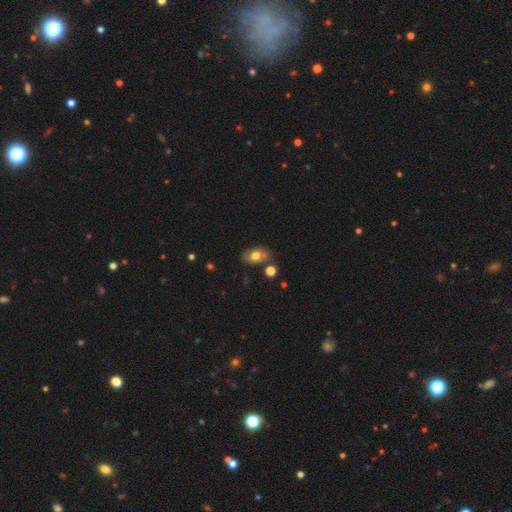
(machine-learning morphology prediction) smooth 68%, featured or disk 23%, star or artifact 10%. Down the decision tree: how rounded — in between (84%); merging — none (69%).